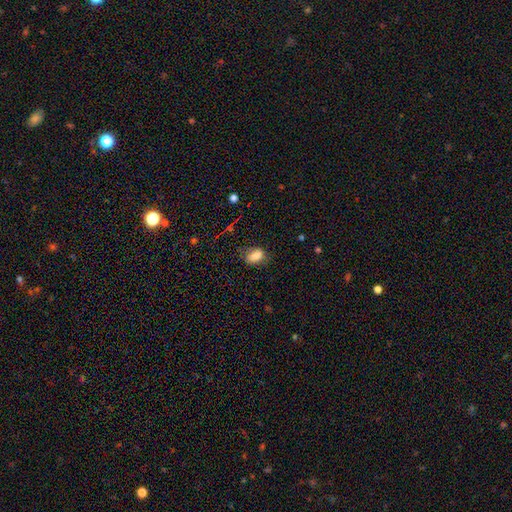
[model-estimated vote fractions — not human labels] Smooth or featured?
  - smooth: 84% *
  - star or artifact: 9%
  - featured or disk: 7%
How rounded?
  - in between: 85% *
  - round: 13%
  - cigar-shaped: 3%
Merging?
  - none: 70% *
  - minor disturbance: 22%
  - major disturbance: 6%
  - merger: 2%